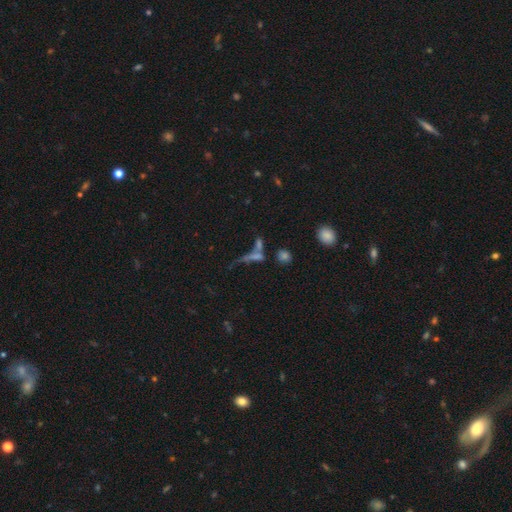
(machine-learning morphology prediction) A smooth galaxy with no disk features (44%).

Vote fractions:
- Smooth or featured? smooth: 44% / featured or disk: 29% / star or artifact: 28%
- Merging? none: 42% / merger: 33% / major disturbance: 13% / minor disturbance: 12%